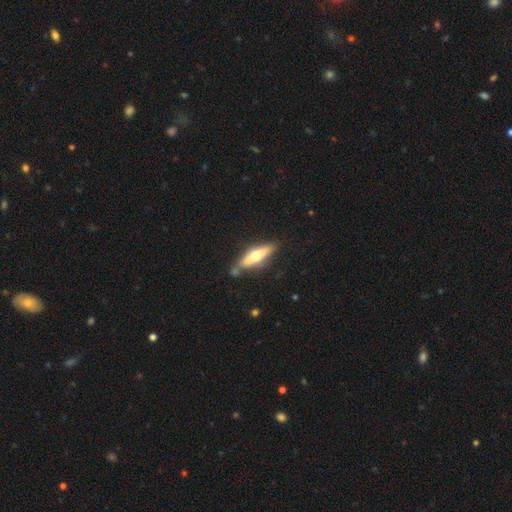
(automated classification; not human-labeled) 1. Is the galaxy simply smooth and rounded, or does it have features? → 51% featured or disk, 43% smooth, 6% star or artifact.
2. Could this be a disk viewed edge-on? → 88% yes, 12% no.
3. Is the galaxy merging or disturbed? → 74% none, 15% minor disturbance, 7% merger, 4% major disturbance.